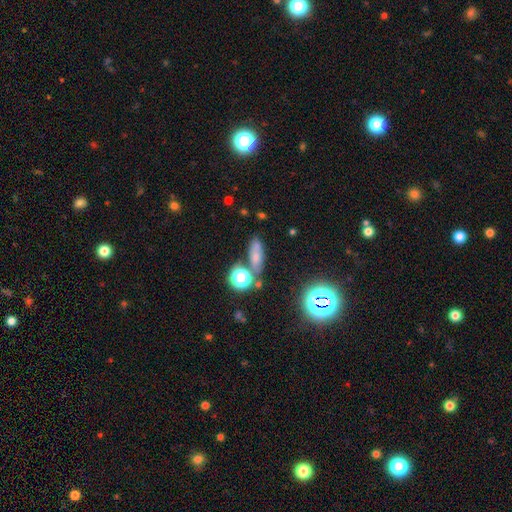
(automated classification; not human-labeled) Q: Smooth or featured?
A: smooth (61%); runner-up: star or artifact (25%)
Q: How rounded?
A: in between (52%); runner-up: cigar-shaped (29%)
Q: Merging?
A: none (65%); runner-up: minor disturbance (15%)